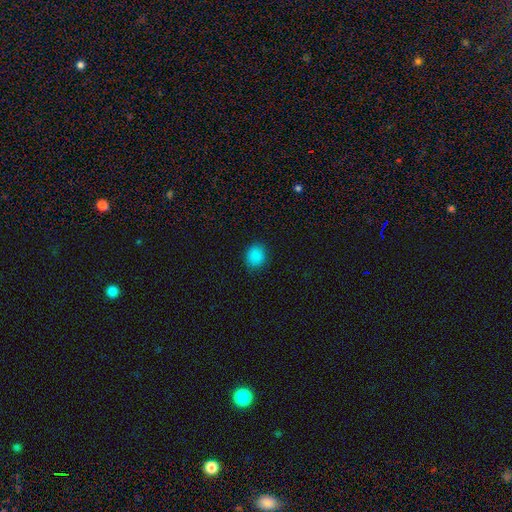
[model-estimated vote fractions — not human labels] smooth 86%, star or artifact 11%, featured or disk 3%. Down the decision tree: how rounded — round (73%); merging — none (89%).